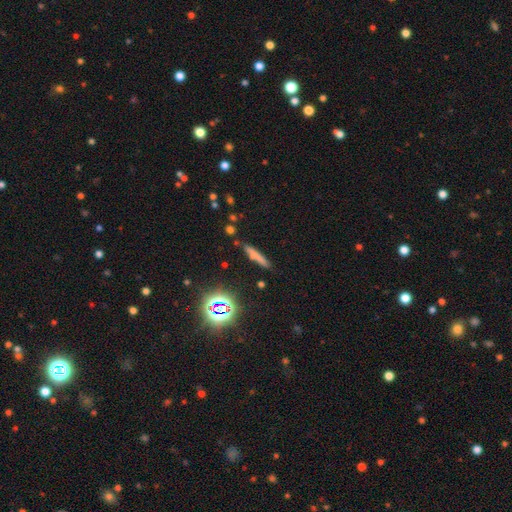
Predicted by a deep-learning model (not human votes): This is likely a smooth galaxy (65%). How rounded: clearly cigar-shaped (91%). Merging: clearly none (80%).